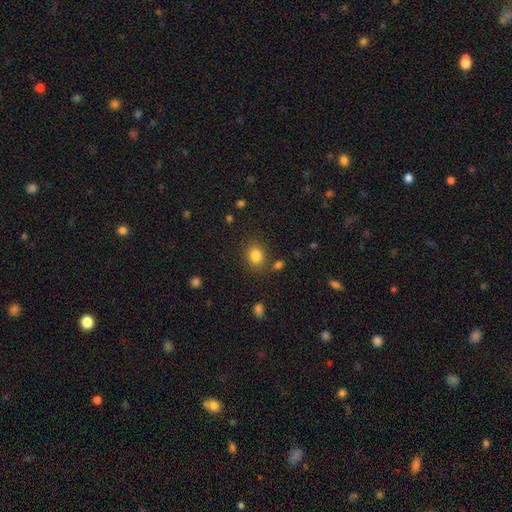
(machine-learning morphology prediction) Q: Smooth or featured?
A: smooth (84%); runner-up: star or artifact (11%)
Q: How rounded?
A: in between (53%); runner-up: round (46%)
Q: Merging?
A: none (79%); runner-up: minor disturbance (11%)